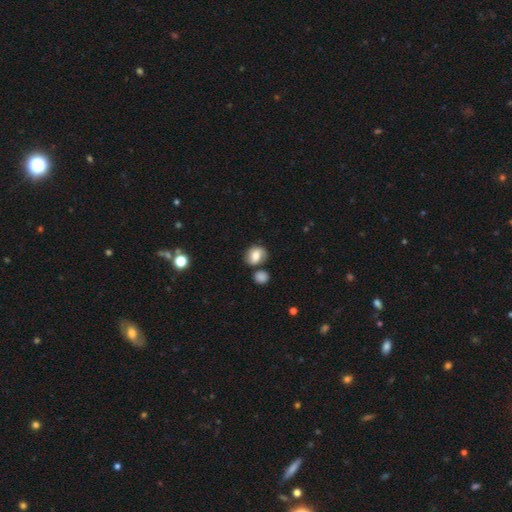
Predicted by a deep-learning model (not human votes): This appears to be a smooth galaxy with no disk features (70%) that is in between round and cigar-shaped (50%). Merging: none (60%).